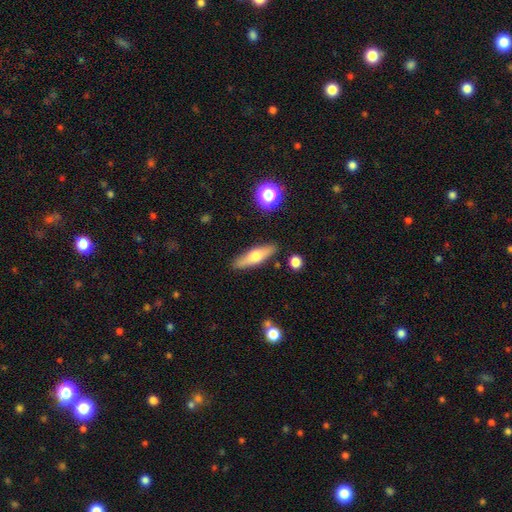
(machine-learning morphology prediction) smooth_or_featured: smooth (p=0.52) [alt: featured or disk p=0.41]
how_rounded: cigar-shaped (p=0.62) [alt: in between p=0.35]
merging: none (p=0.86) [alt: minor disturbance p=0.09]